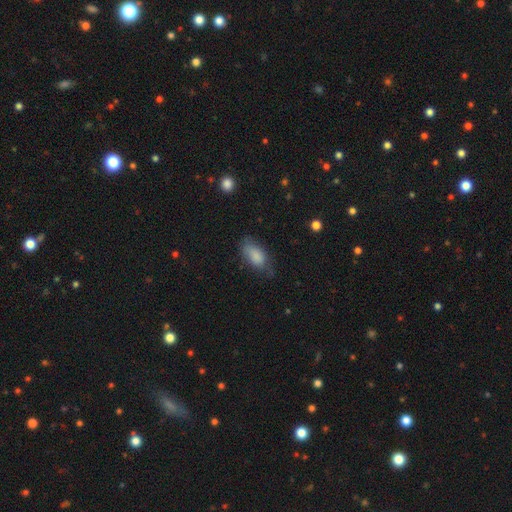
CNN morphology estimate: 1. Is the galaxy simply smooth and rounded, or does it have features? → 83% smooth, 9% featured or disk, 8% star or artifact.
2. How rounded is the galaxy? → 90% in between, 6% cigar-shaped, 4% round.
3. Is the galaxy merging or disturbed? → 56% none, 31% minor disturbance, 11% major disturbance, 2% merger.